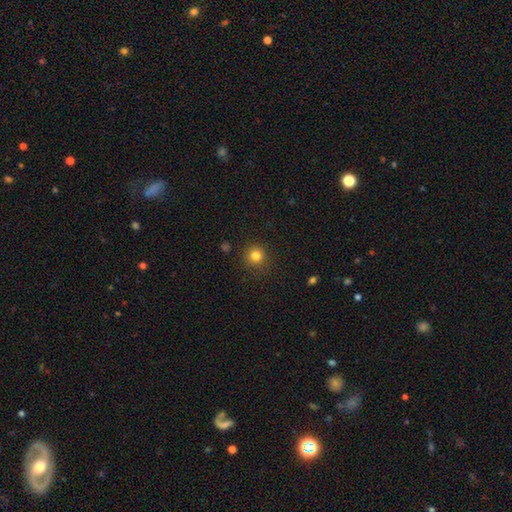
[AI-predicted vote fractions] Overall: smooth (82%). How rounded: round (93%). Merging: none (89%).